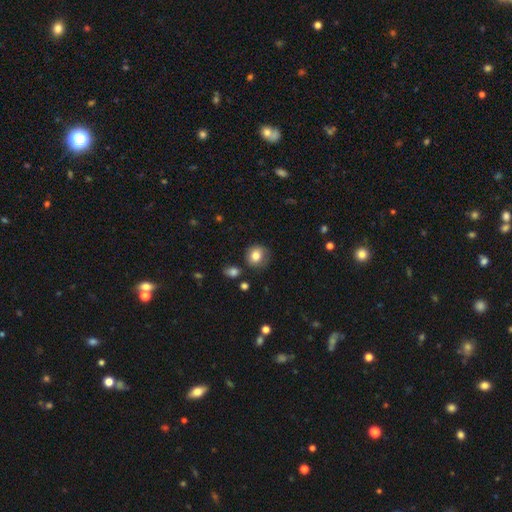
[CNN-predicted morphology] smooth-or-featured: smooth: 81% | featured or disk: 10% | star or artifact: 9%
  how-rounded: round: 76% | in between: 23% | cigar-shaped: 1%
  merging: none: 73% | minor disturbance: 18% | major disturbance: 5% | merger: 3%